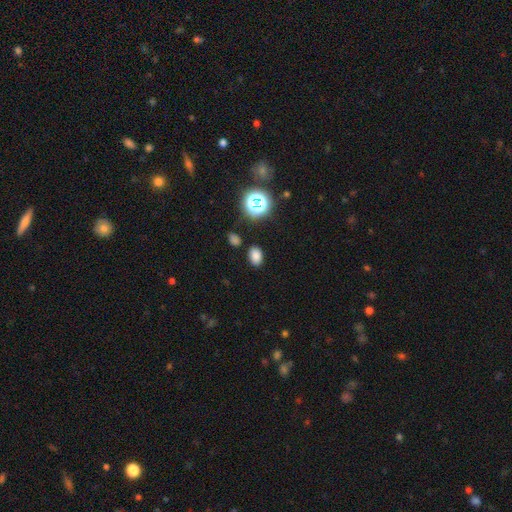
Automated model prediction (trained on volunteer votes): Smooth or featured: smooth — 78% (star or artifact — 17%)
How rounded: in between — 81% (round — 18%)
Merging: none — 83% (minor disturbance — 10%)